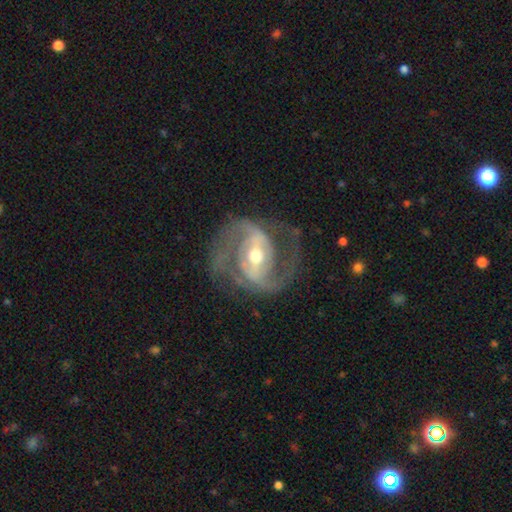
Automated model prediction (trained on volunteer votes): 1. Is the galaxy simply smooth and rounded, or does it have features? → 91% featured or disk, 4% star or artifact, 4% smooth.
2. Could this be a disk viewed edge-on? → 97% no, 3% yes.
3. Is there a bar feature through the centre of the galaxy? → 45% strong, 38% weak, 17% no.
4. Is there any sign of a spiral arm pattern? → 97% yes, 3% no.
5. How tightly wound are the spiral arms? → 57% medium, 26% tight, 17% loose.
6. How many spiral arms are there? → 83% 2, 8% 3, 4% can't tell, 2% 1, 2% 4, 2% more than 4.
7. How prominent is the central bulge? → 64% moderate, 29% small, 5% large, 1% none, 1% dominant.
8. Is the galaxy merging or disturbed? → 72% none, 16% minor disturbance, 11% major disturbance, 1% merger.